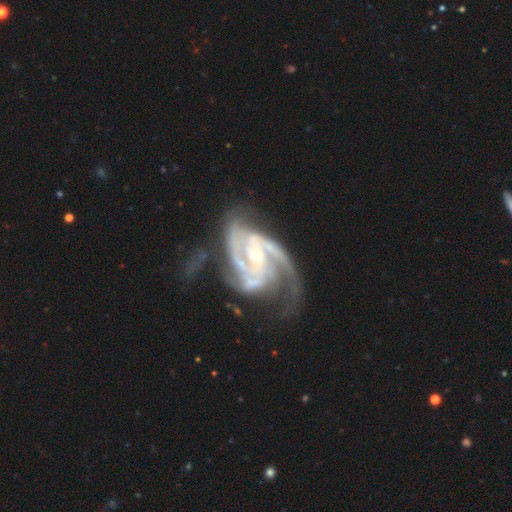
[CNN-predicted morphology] type=featured or disk (92%); edge-on=no (98%); bar=no (44%); spiral arms=yes (98%); winding=medium (49%); arm count=3 (42%); bulge=small (59%); merging=none (45%).